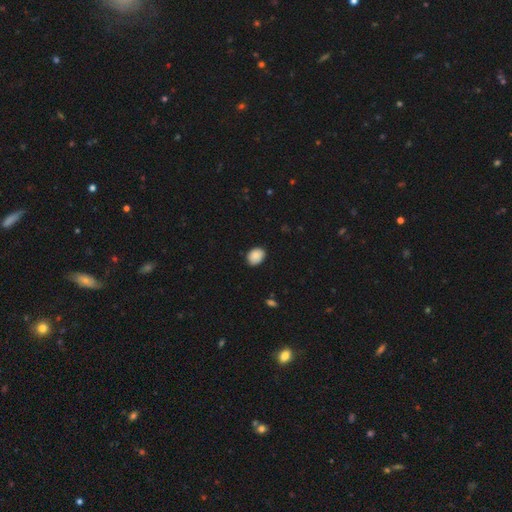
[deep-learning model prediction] smooth-or-featured: smooth: 86% | star or artifact: 8% | featured or disk: 6%
  how-rounded: in between: 61% | round: 38% | cigar-shaped: 1%
  merging: none: 83% | minor disturbance: 14% | major disturbance: 2% | merger: 1%